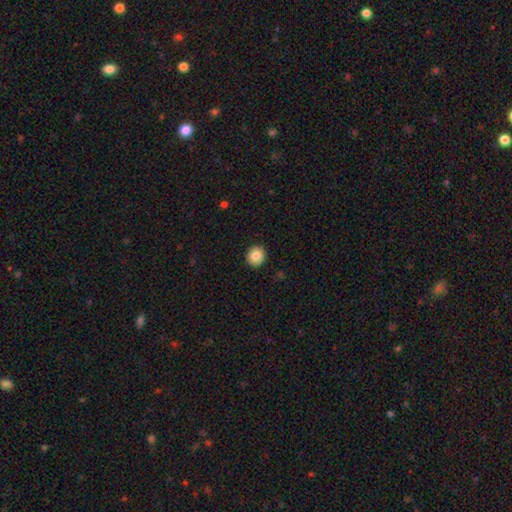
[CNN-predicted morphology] smooth 85%, star or artifact 9%, featured or disk 7%. Down the decision tree: how rounded — round (86%); merging — none (92%).